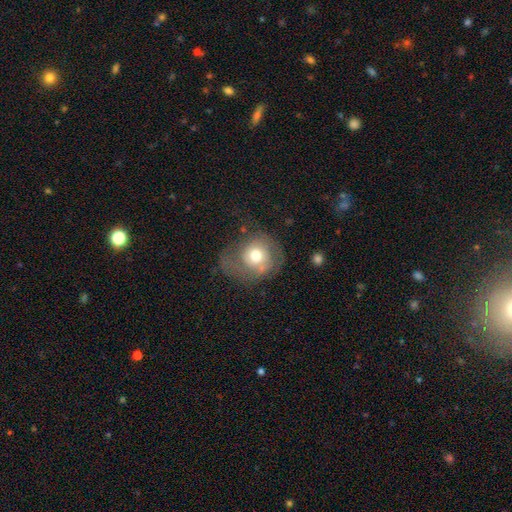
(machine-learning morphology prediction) A smooth galaxy with no disk features (55%) that is round (77%). Merging: none (45%).